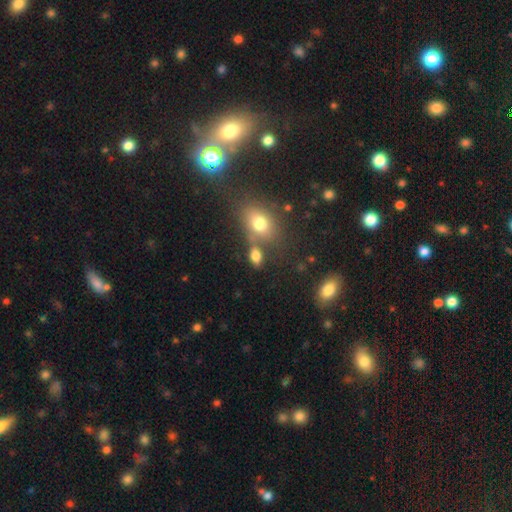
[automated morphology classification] The model was most divided on "merging": none: 59%, merger: 22%, minor disturbance: 13%, major disturbance: 6%. More confident: how rounded — in between (79%); smooth or featured — smooth (77%).